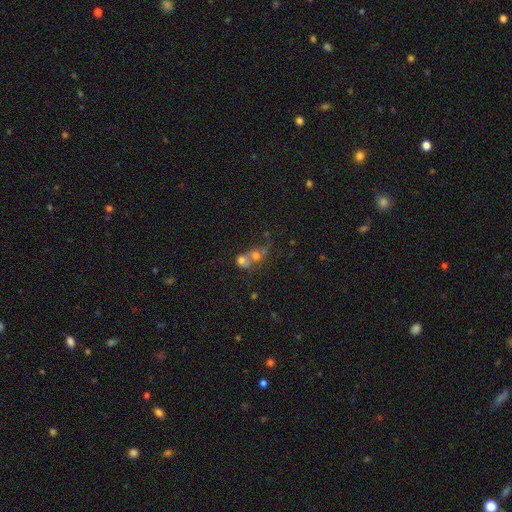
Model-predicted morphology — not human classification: A smooth galaxy with no disk features (53%) that is round (70%). Merging: merger (65%).